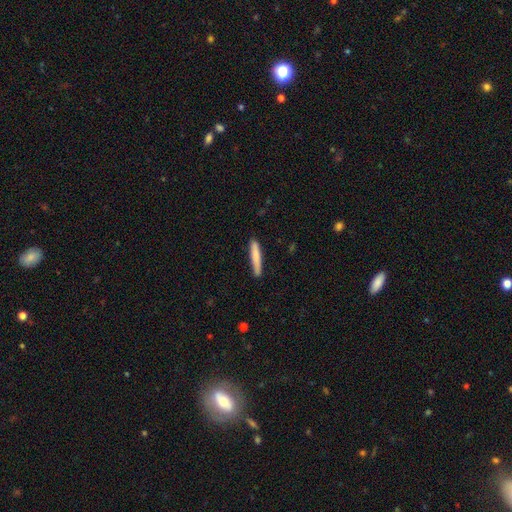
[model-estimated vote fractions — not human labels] smooth_or_featured: smooth (p=0.78) [alt: featured or disk p=0.17]
how_rounded: cigar-shaped (p=0.93) [alt: in between p=0.05]
merging: none (p=0.85) [alt: minor disturbance p=0.11]